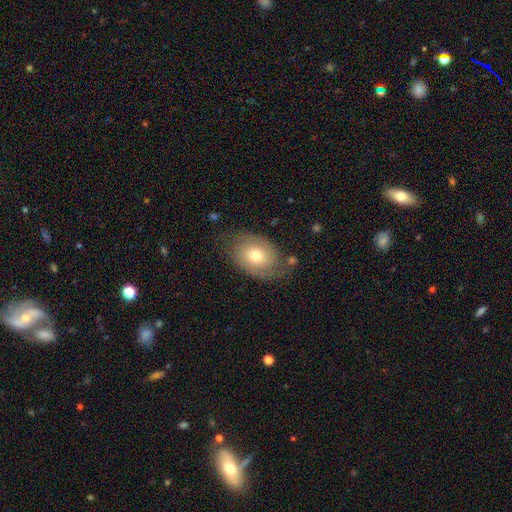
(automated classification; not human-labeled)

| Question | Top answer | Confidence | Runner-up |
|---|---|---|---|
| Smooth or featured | smooth | 48% | featured or disk (44%) |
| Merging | none | 68% | minor disturbance (21%) |